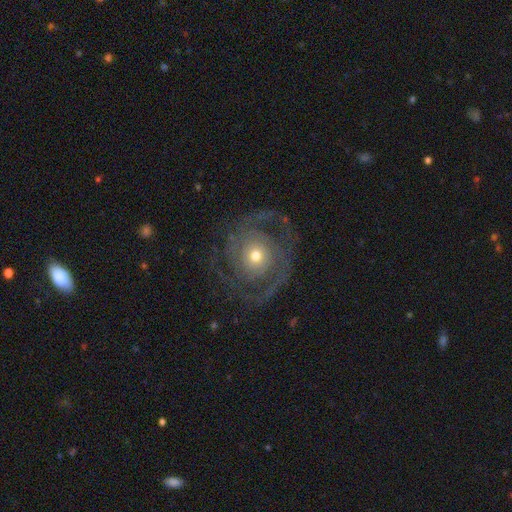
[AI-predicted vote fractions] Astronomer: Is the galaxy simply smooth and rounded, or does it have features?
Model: featured or disk — 85%.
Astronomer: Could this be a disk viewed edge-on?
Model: no — 98%.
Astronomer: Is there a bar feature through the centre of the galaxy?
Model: no — 80%.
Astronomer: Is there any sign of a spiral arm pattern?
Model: yes — 94%.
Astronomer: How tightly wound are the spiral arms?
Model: tight — 53% (runner-up: medium, 36%).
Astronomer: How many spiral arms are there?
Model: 2 — 58%.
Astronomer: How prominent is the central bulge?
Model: moderate — 52% (runner-up: small, 40%).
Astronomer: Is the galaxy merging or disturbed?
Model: none — 73%.